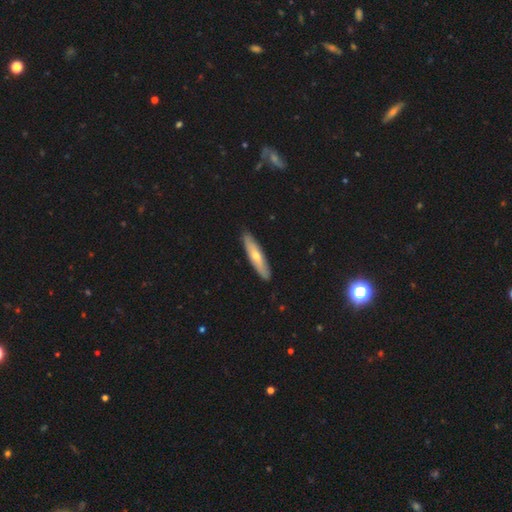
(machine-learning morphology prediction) Overall: smooth (49%; featured or disk 46%). Merging: none (89%).